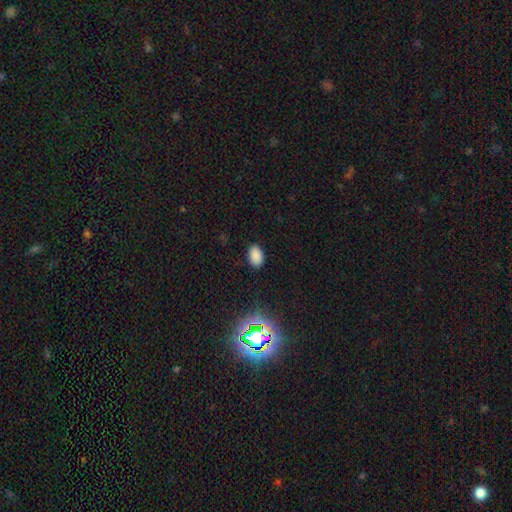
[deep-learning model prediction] Q: Smooth or featured?
A: smooth (84%); runner-up: star or artifact (13%)
Q: How rounded?
A: in between (89%); runner-up: round (9%)
Q: Merging?
A: none (87%); runner-up: minor disturbance (10%)